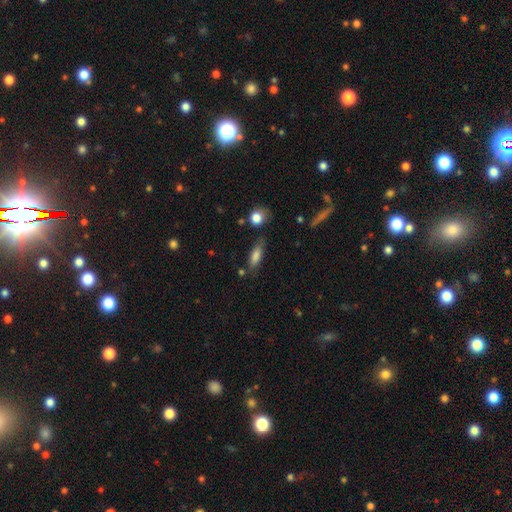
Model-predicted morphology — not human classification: This appears to be a smooth galaxy with no disk features (78%) that is in between round and cigar-shaped (59%). Merging: none (67%).